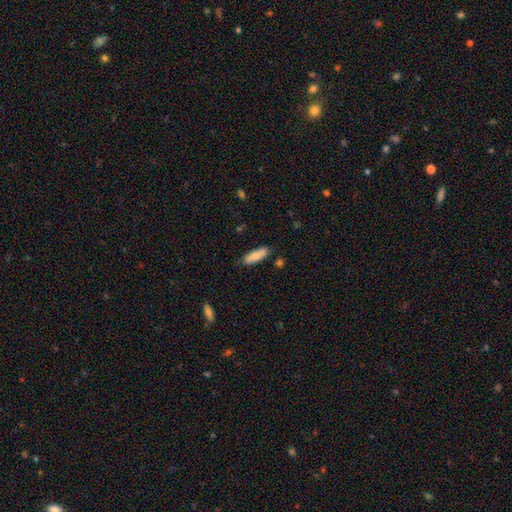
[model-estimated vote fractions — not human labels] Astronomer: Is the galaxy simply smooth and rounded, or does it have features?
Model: smooth — 81%.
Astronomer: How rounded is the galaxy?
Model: in between — 53% (runner-up: cigar-shaped, 46%).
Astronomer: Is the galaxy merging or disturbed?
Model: none — 80%.